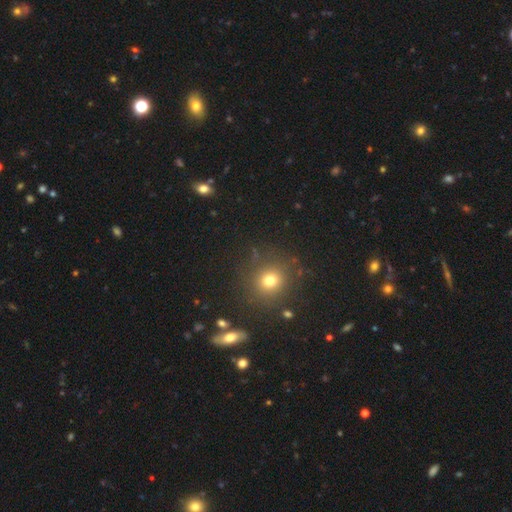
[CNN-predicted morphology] Smooth or featured?
  - smooth: 51% *
  - star or artifact: 40%
  - featured or disk: 9%
How rounded?
  - round: 90% *
  - in between: 8%
  - cigar-shaped: 1%
Merging?
  - none: 85% *
  - minor disturbance: 8%
  - merger: 4%
  - major disturbance: 4%